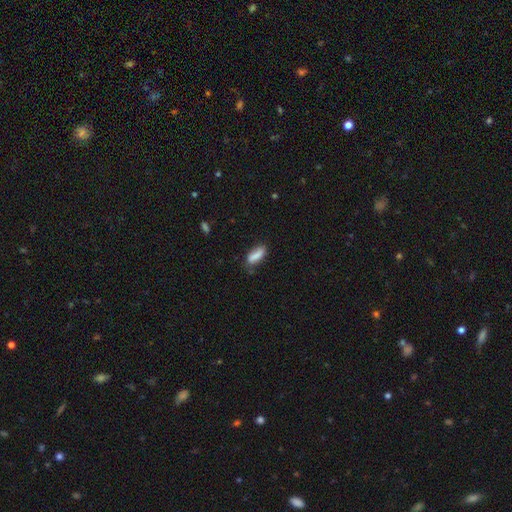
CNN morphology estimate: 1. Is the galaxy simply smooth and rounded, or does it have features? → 82% smooth, 11% featured or disk, 7% star or artifact.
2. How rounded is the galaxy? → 62% in between, 36% cigar-shaped, 2% round.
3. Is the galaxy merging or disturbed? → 66% none, 24% minor disturbance, 6% major disturbance, 4% merger.